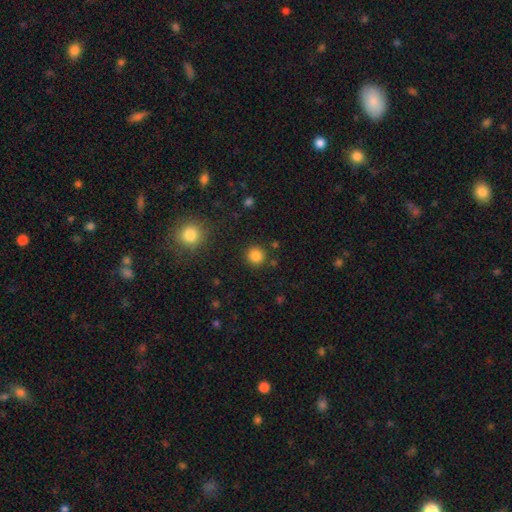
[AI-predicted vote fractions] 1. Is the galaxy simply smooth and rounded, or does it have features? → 84% smooth, 12% star or artifact, 4% featured or disk.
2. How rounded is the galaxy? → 93% round, 6% in between, 1% cigar-shaped.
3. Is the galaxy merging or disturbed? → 88% none, 7% minor disturbance, 3% merger, 3% major disturbance.